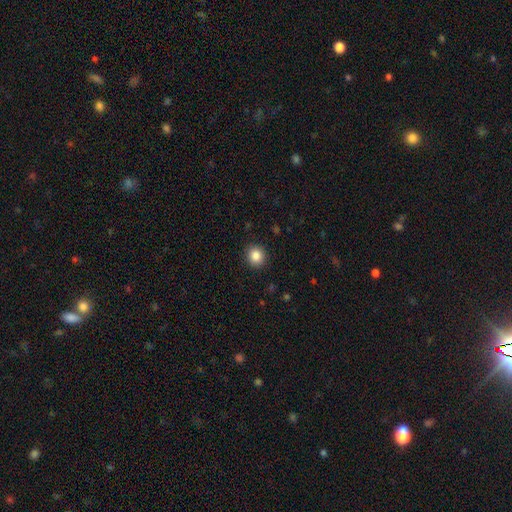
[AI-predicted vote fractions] The model was most divided on "how rounded": round: 86%, in between: 13%, cigar-shaped: 1%. More confident: merging — none (91%); smooth or featured — smooth (86%).